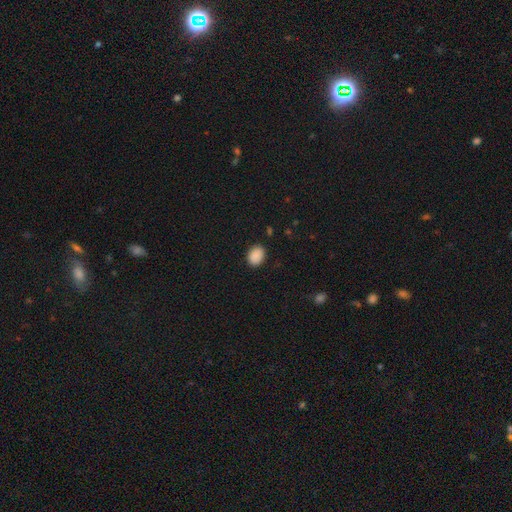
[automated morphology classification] type=smooth (90%); roundness=in between (69%); merging=none (87%).